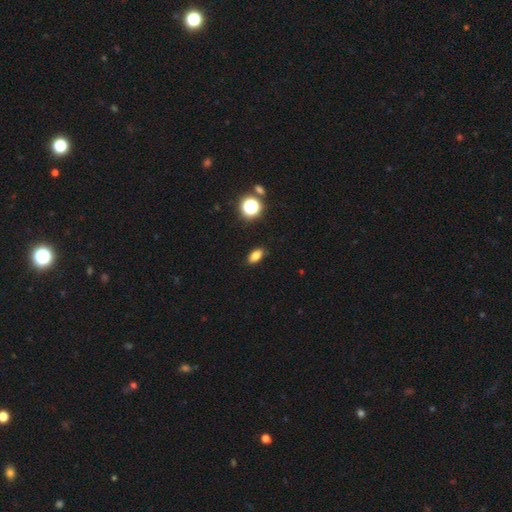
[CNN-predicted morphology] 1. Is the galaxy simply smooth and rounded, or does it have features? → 79% smooth, 13% star or artifact, 7% featured or disk.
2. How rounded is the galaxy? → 85% in between, 9% round, 7% cigar-shaped.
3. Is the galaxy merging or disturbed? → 89% none, 8% minor disturbance, 2% major disturbance, 1% merger.